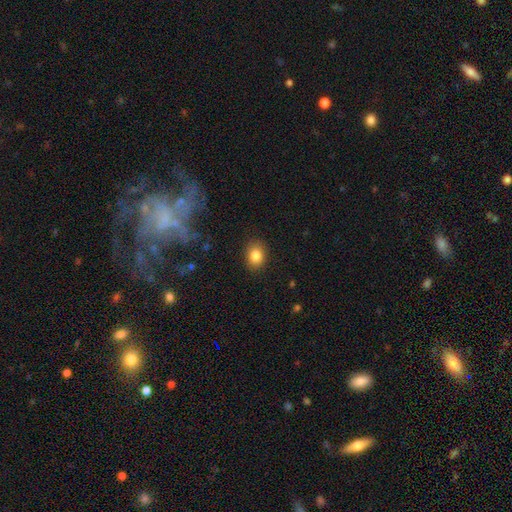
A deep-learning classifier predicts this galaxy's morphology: Overall: smooth (84%). How rounded: in between (54%; round 45%). Merging: none (87%).